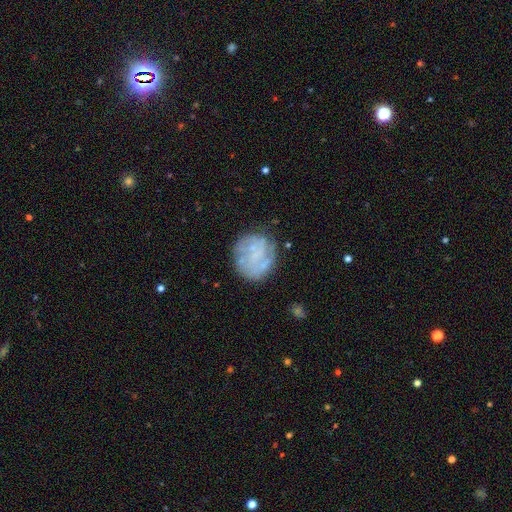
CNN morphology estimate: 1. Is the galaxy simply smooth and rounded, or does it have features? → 61% featured or disk, 30% smooth, 9% star or artifact.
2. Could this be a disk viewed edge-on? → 98% no, 2% yes.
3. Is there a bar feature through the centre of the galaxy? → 73% no, 22% weak, 5% strong.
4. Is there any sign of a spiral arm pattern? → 64% yes, 36% no.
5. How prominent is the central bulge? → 46% none, 42% small, 10% moderate, 2% large, 1% dominant.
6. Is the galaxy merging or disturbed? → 66% none, 20% minor disturbance, 11% major disturbance, 3% merger.